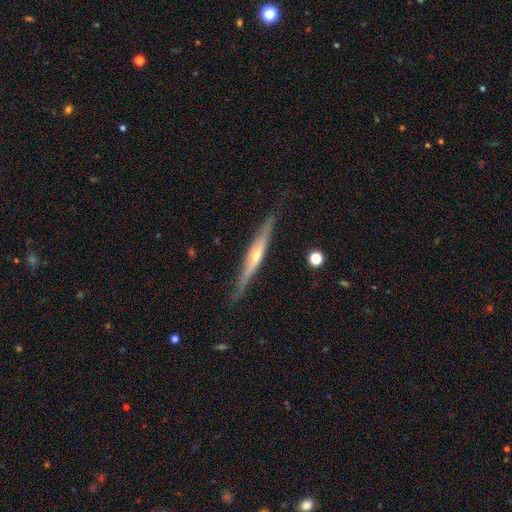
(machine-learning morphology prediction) This appears to be a featured or disk galaxy (74%) viewed edge-on (96%) with a rounded central bulge (78%). Merging: none (85%).